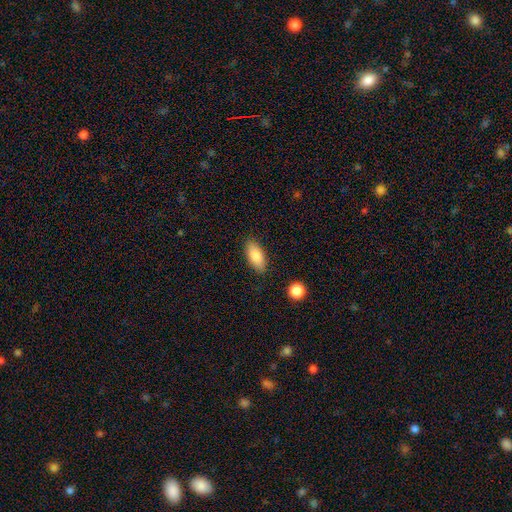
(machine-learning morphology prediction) A smooth galaxy with no disk features (83%) that is in between round and cigar-shaped (86%). Merging: none (84%).